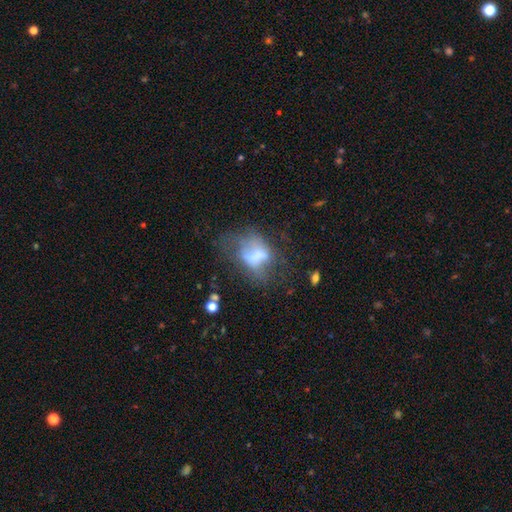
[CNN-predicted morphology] Q: Smooth or featured?
A: featured or disk (48%); runner-up: smooth (39%)
Q: Merging?
A: major disturbance (39%); runner-up: none (28%)